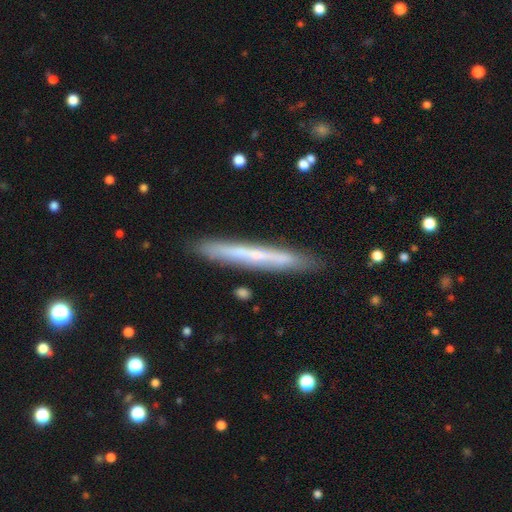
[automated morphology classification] featured or disk 56%, smooth 37%, star or artifact 7%. Down the decision tree: edge-on disk — yes (91%); edge-on bulge — none (61%); merging — none (89%).